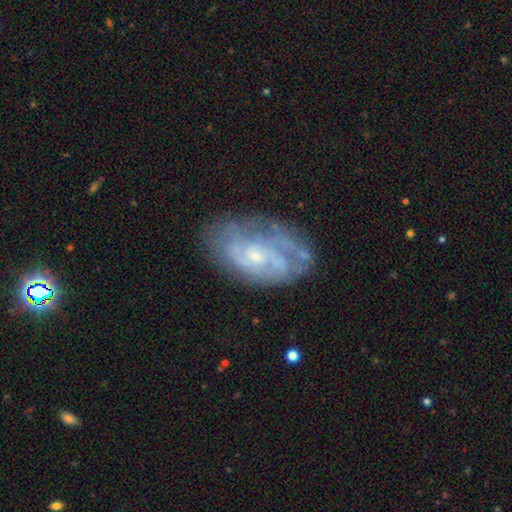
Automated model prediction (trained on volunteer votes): Morphology: type=featured or disk (79%); edge-on=no (96%); bar=no (67%); spiral arms=yes (86%); winding=tight (47%); arm count=can't tell (40%); bulge=small (71%); merging=none (64%).